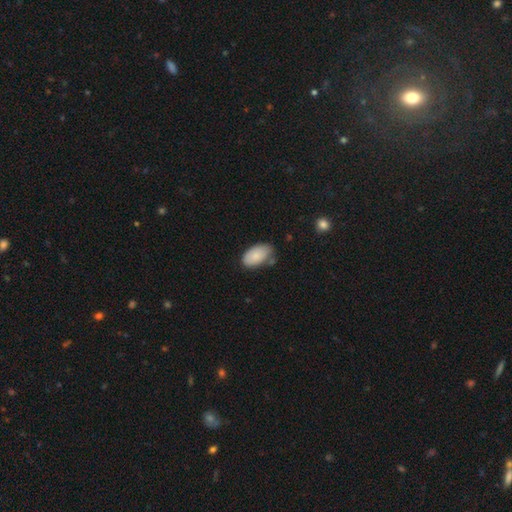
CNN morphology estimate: smooth-or-featured: smooth: 84% | featured or disk: 9% | star or artifact: 6%
  how-rounded: in between: 95% | round: 3% | cigar-shaped: 2%
  merging: none: 64% | minor disturbance: 25% | merger: 6% | major disturbance: 5%